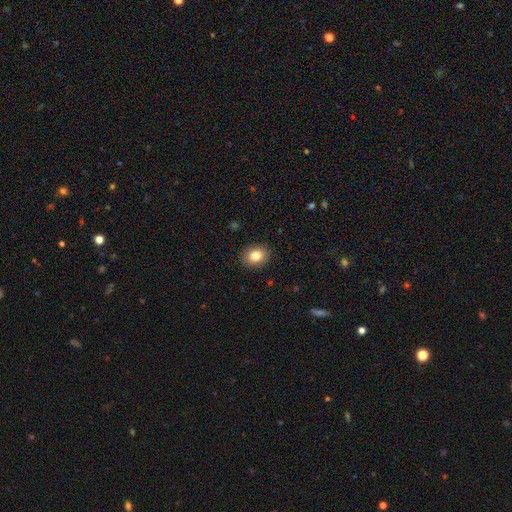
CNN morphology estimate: Smooth or featured: smooth — 83% (star or artifact — 9%)
How rounded: in between — 55% (round — 44%)
Merging: none — 89% (minor disturbance — 8%)